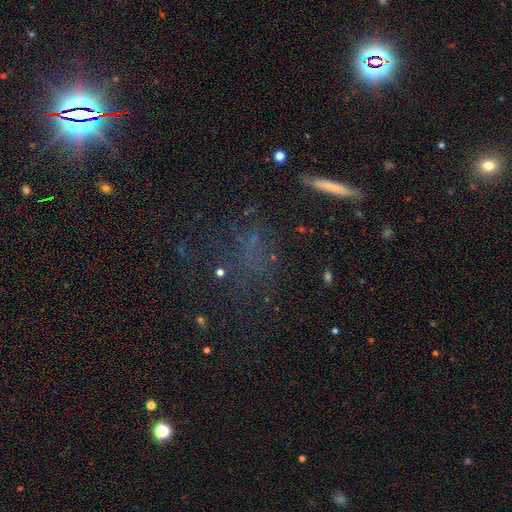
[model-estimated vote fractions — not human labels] Smooth or featured?
  - star or artifact: 48% *
  - smooth: 29%
  - featured or disk: 22%